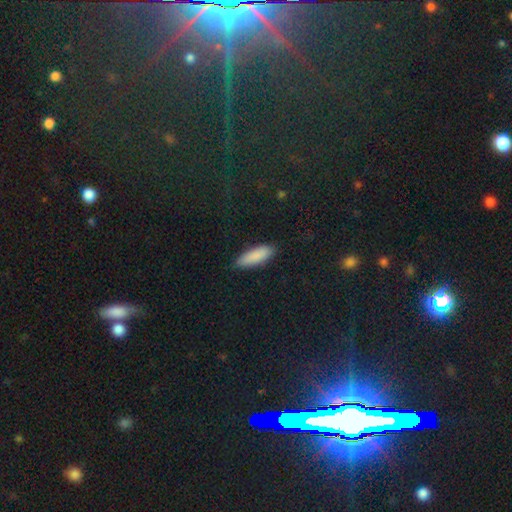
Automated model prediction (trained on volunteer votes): A smooth galaxy with no disk features (88%) that is in between round and cigar-shaped (56%). Merging: none (86%).